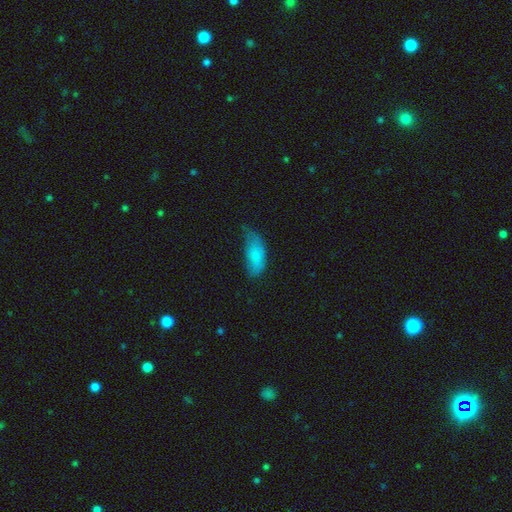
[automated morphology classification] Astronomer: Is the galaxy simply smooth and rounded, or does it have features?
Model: smooth — 81%.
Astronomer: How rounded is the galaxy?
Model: in between — 86%.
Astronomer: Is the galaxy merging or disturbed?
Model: minor disturbance — 42% (runner-up: none, 41%).